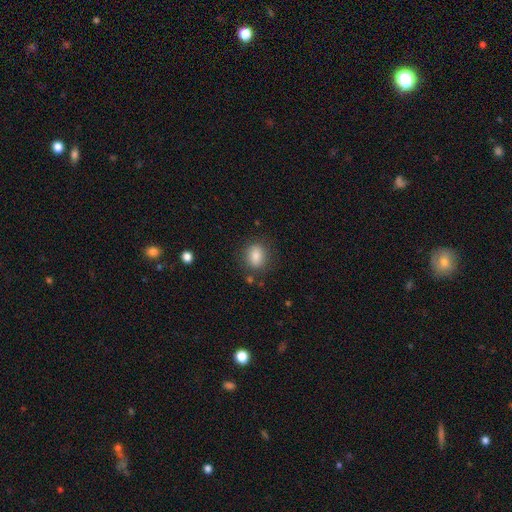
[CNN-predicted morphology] A smooth galaxy with no disk features (85%) that is in between round and cigar-shaped (51%).

Vote fractions:
- Smooth or featured? smooth: 85% / star or artifact: 9% / featured or disk: 6%
- How rounded? in between: 51% / round: 47% / cigar-shaped: 1%
- Merging? none: 81% / minor disturbance: 12% / major disturbance: 4% / merger: 3%